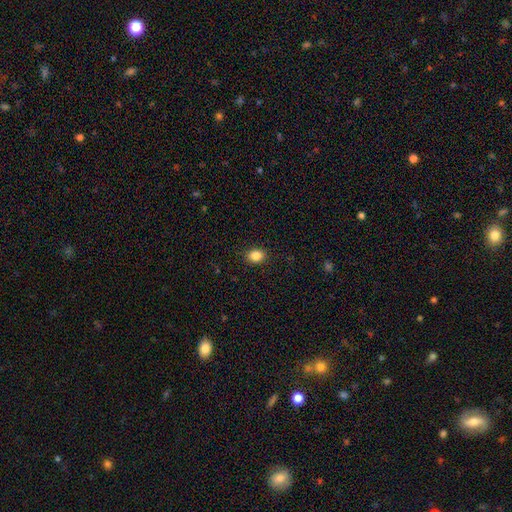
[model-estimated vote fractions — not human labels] This is clearly a smooth galaxy (86%). How rounded: possibly in between (56%). Merging: clearly none (90%).